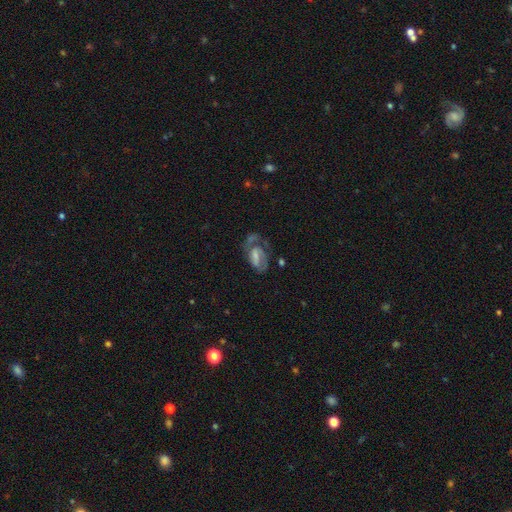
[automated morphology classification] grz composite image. It shows a featured or disk galaxy (58%) with a weak bar (40%), spiral arms (68%) and a small central bulge (34%). Merging: major disturbance (39%).